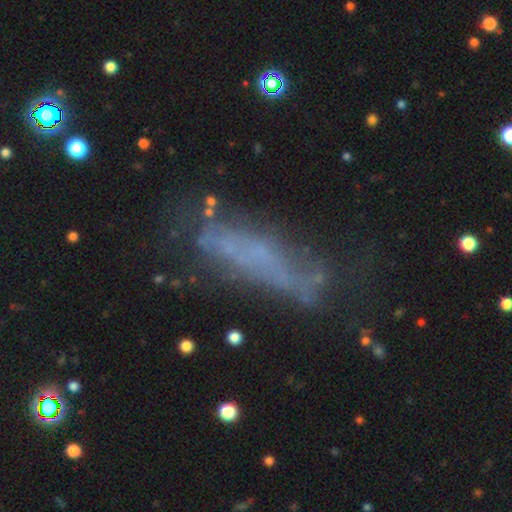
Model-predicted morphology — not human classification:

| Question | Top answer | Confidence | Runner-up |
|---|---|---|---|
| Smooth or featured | featured or disk | 46% | smooth (39%) |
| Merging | none | 48% | minor disturbance (24%) |